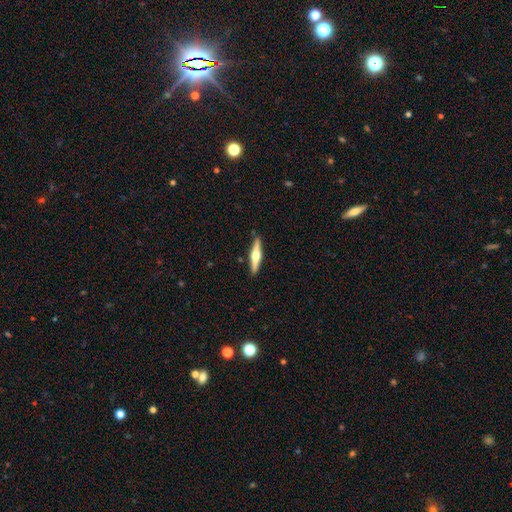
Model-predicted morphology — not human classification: smooth-or-featured: featured or disk: 67% | smooth: 28% | star or artifact: 5%
  disk-edge-on: yes: 97% | no: 3%
    edge-on-bulge: rounded: 94% | boxy: 4% | none: 2%
  merging: none: 90% | minor disturbance: 7% | major disturbance: 1% | merger: 1%